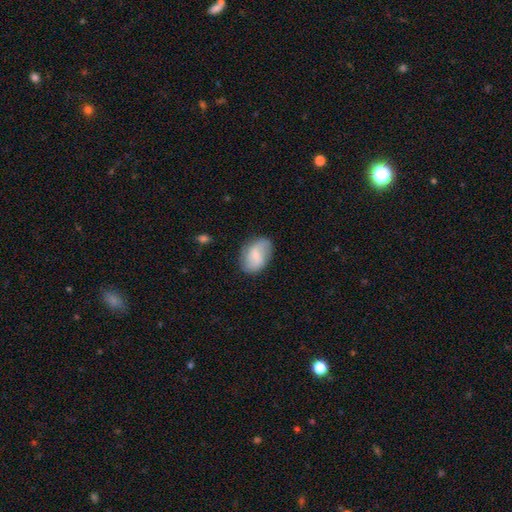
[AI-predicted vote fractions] Smooth or featured? Predicted: smooth (p=0.60). How rounded? Predicted: in between (p=0.86). Merging? Predicted: none (p=0.74).